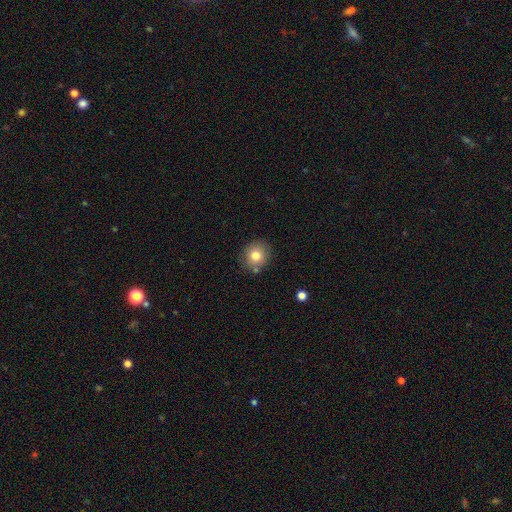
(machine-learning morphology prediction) A smooth galaxy with no disk features (78%) that is round (83%). Merging: none (81%).